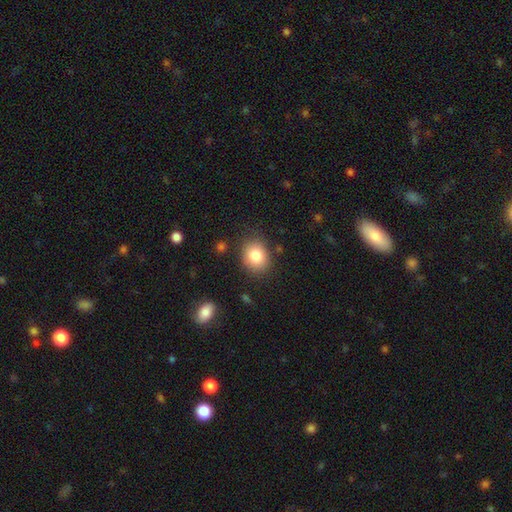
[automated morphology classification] A smooth galaxy with no disk features (82%) that is round (60%). Merging: none (82%).